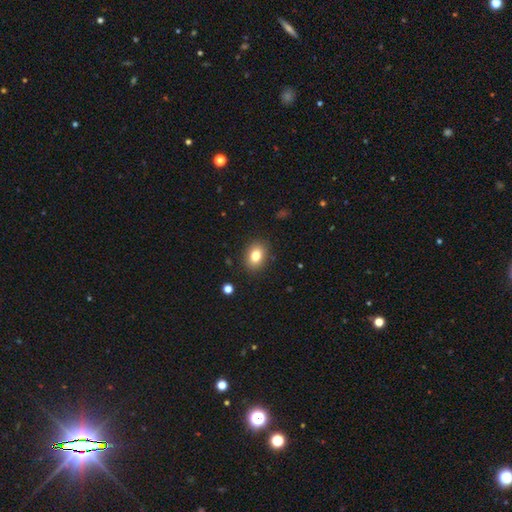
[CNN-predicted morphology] This is clearly a smooth galaxy (80%). How rounded: likely in between (64%). Merging: clearly none (88%).